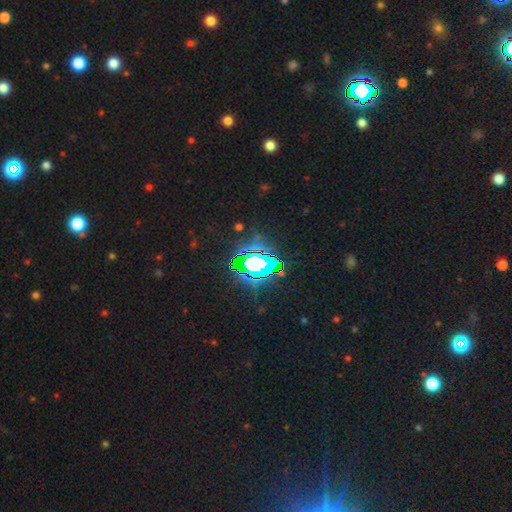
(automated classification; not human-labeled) A star or artifact, not a galaxy (83%).